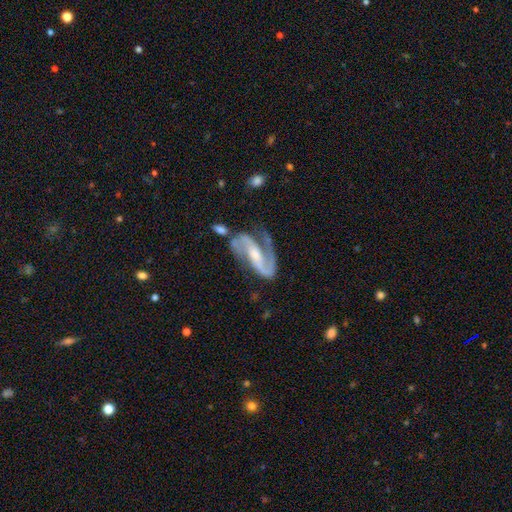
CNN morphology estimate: featured or disk 90%, smooth 5%, star or artifact 4%. Down the decision tree: edge-on disk — no (96%); bar — weak (38%); spiral arms — yes (97%); spiral arm count — 2 (89%); spiral winding — medium (52%); bulge size — moderate (45%); merging — none (56%).